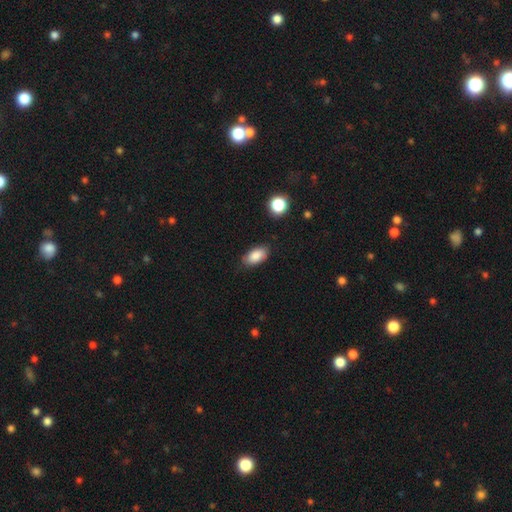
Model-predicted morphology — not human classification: The model was most divided on "merging": none: 81%, minor disturbance: 14%, major disturbance: 3%, merger: 2%. More confident: how rounded — in between (92%); smooth or featured — smooth (86%).